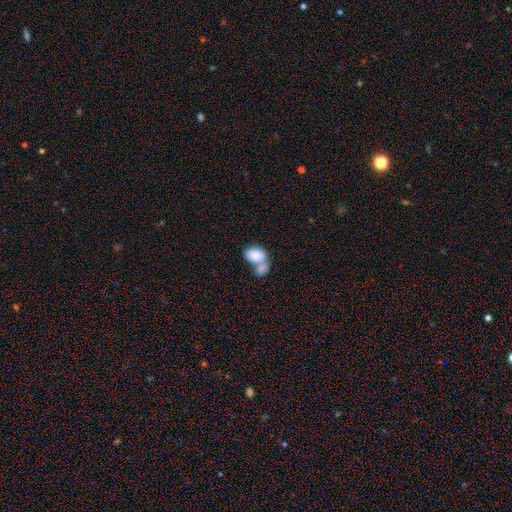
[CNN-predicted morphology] smooth-or-featured: smooth: 82% | featured or disk: 11% | star or artifact: 6%
  how-rounded: in between: 85% | round: 13% | cigar-shaped: 1%
  merging: merger: 69% | none: 19% | minor disturbance: 8% | major disturbance: 5%